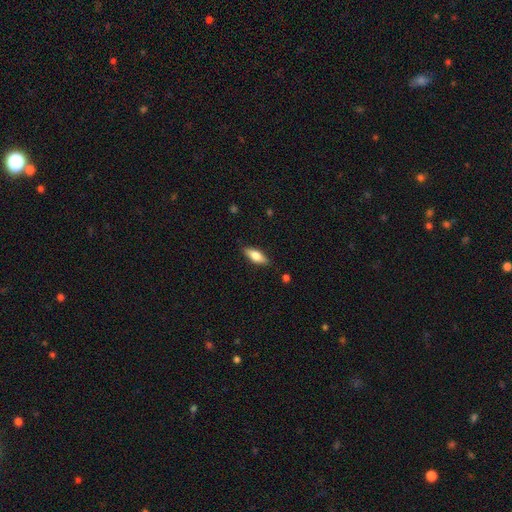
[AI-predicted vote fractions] The model was most divided on "how rounded": in between: 70%, cigar-shaped: 27%, round: 3%. More confident: merging — none (85%); smooth or featured — smooth (68%).